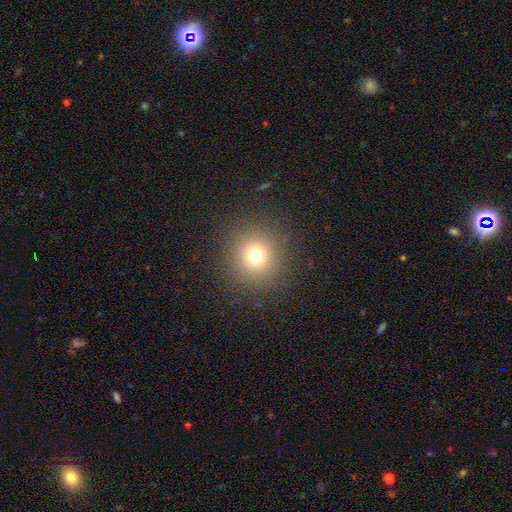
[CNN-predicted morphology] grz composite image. It shows a smooth galaxy with no disk features (71%) that is round (93%). Merging: none (88%).